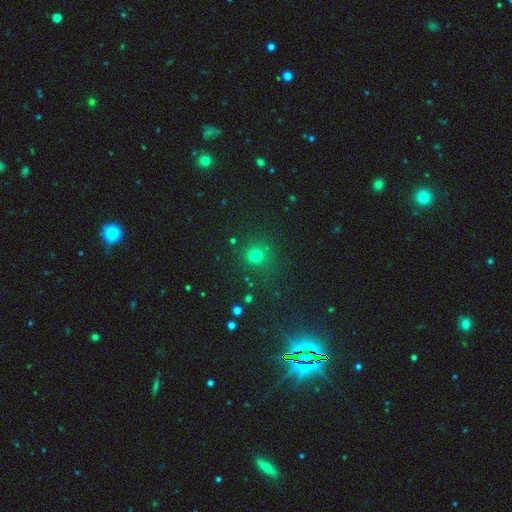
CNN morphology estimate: A smooth galaxy with no disk features (73%) that is round (91%). Merging: none (83%).